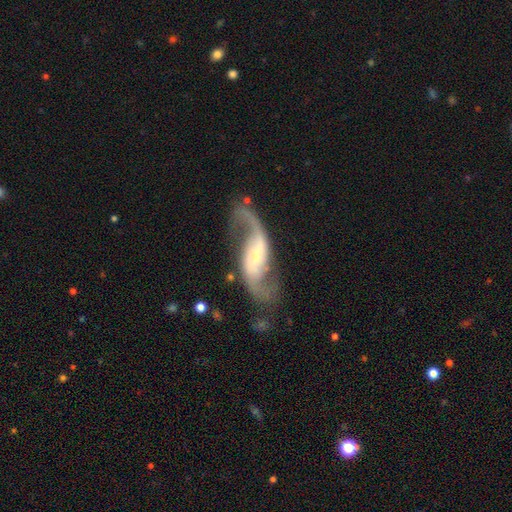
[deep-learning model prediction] Morphology: type=featured or disk (90%); edge-on=no (96%); bar=weak (41%); spiral arms=yes (97%); winding=loose (77%); arm count=2 (92%); bulge=small (60%); merging=none (71%).